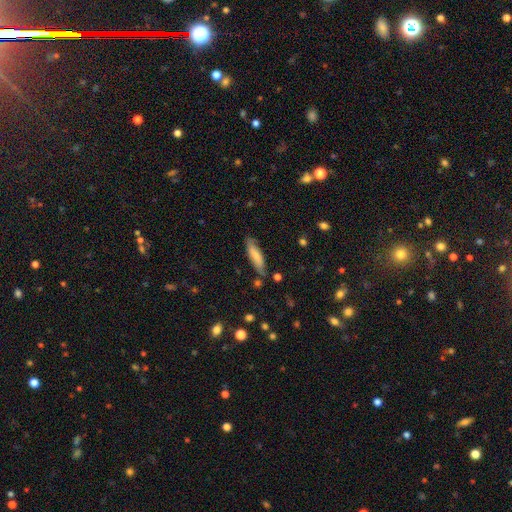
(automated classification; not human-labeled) Morphology: type=smooth (73%); roundness=cigar-shaped (66%); merging=none (76%).